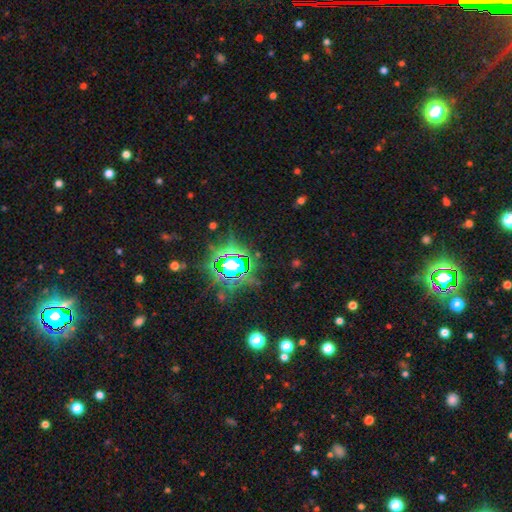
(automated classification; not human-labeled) Smooth or featured? star or artifact (80%)